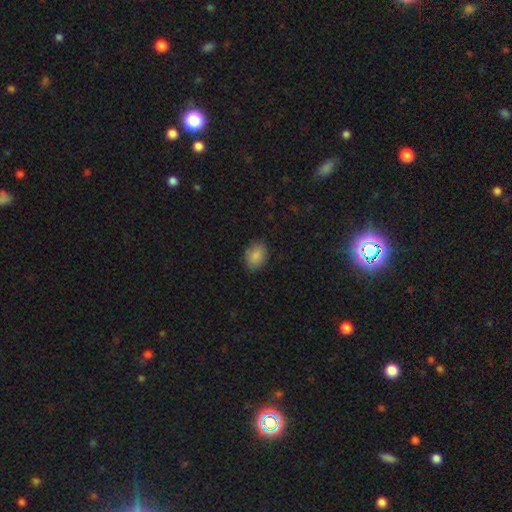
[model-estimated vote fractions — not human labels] A smooth galaxy with no disk features (87%) that is in between round and cigar-shaped (67%). Merging: none (82%).